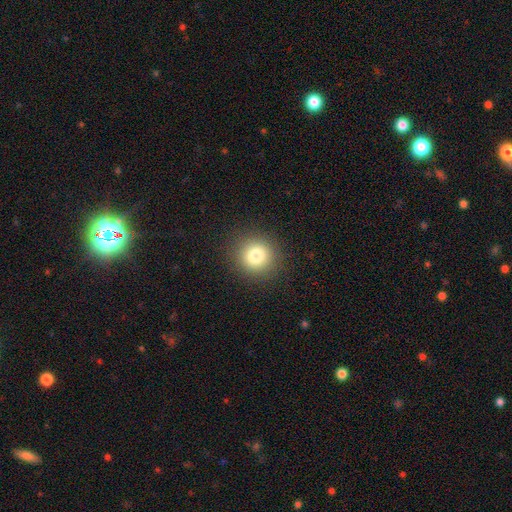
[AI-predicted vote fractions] Smooth or featured: smooth — 80% (star or artifact — 12%)
How rounded: round — 92% (in between — 7%)
Merging: none — 91% (minor disturbance — 6%)